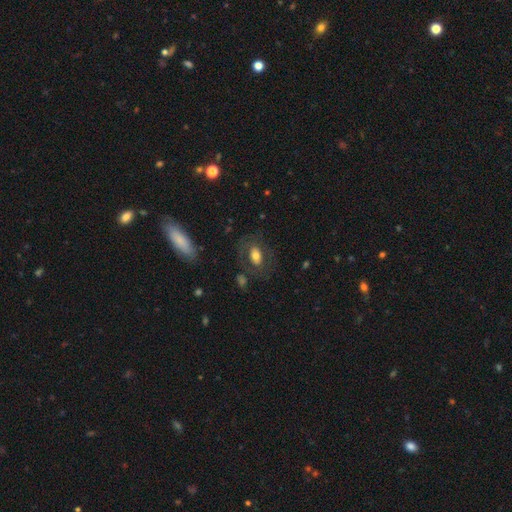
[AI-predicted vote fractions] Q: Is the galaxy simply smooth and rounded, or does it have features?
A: smooth — 59%.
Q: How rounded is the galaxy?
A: in between — 82%.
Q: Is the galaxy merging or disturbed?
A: none — 68%.